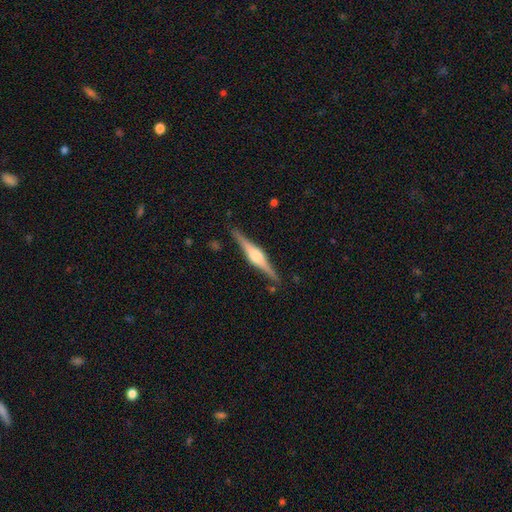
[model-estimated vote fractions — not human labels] Q: Smooth or featured?
A: featured or disk (81%); runner-up: smooth (13%)
Q: Edge-on disk?
A: yes (98%); runner-up: no (2%)
Q: Edge-on bulge?
A: rounded (83%); runner-up: boxy (14%)
Q: Merging?
A: none (88%); runner-up: minor disturbance (9%)